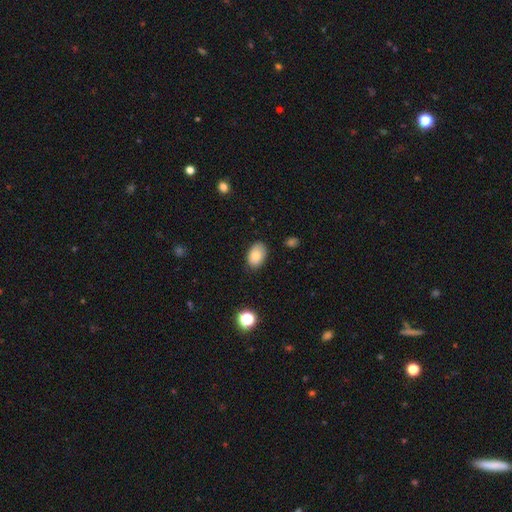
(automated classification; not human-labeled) This appears to be a smooth galaxy with no disk features (80%) that is in between round and cigar-shaped (87%). Merging: none (82%).